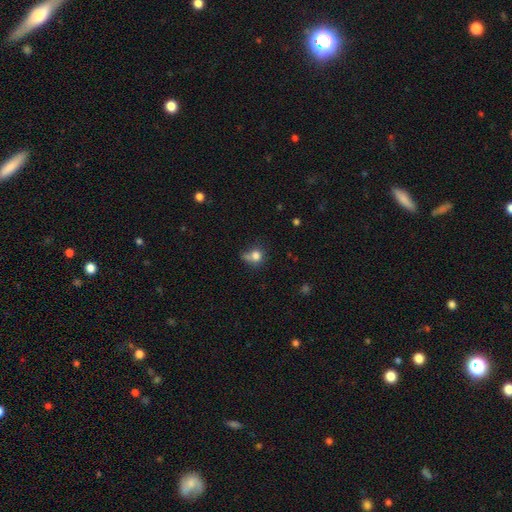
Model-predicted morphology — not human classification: Smooth or featured?
  - smooth: 78% *
  - star or artifact: 12%
  - featured or disk: 10%
How rounded?
  - round: 76% *
  - in between: 23%
  - cigar-shaped: 1%
Merging?
  - none: 43% *
  - minor disturbance: 25%
  - merger: 16%
  - major disturbance: 15%